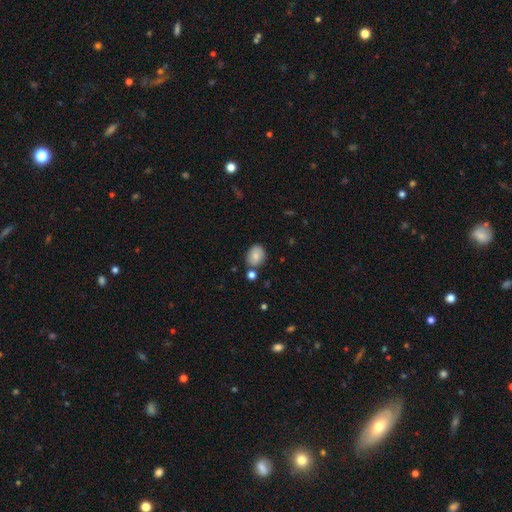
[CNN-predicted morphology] Overall: smooth (80%). How rounded: round (51%; in between 48%). Merging: none (74%).